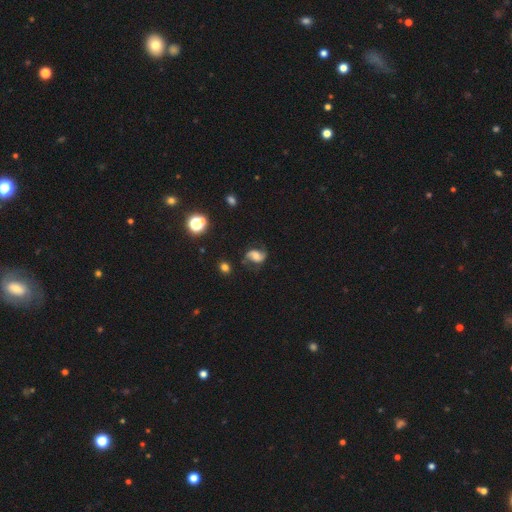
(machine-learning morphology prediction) This appears to be a featured or disk galaxy (69%) with no bar (47%), 2 (91%) loose (51%) spiral arms (93%) and a moderate central bulge (49%). Merging: none (71%).